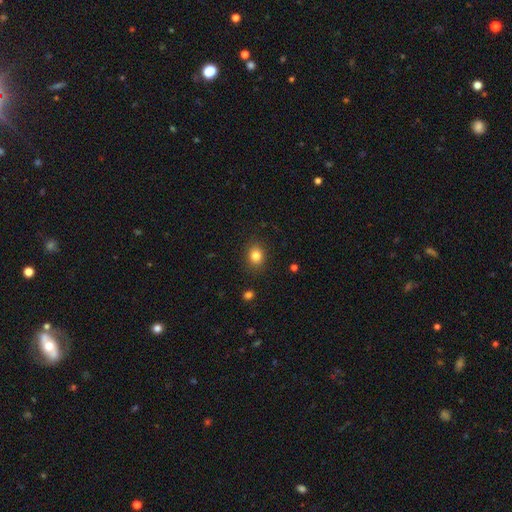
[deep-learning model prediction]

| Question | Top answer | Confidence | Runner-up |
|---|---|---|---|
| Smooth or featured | smooth | 82% | star or artifact (11%) |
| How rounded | round | 55% | in between (44%) |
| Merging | none | 87% | minor disturbance (9%) |